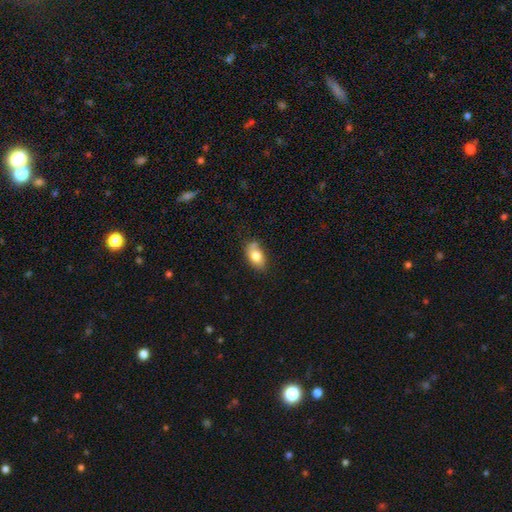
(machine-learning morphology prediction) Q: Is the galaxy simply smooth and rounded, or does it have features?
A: smooth — 77%.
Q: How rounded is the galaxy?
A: in between — 89%.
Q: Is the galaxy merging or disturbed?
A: none — 62%.